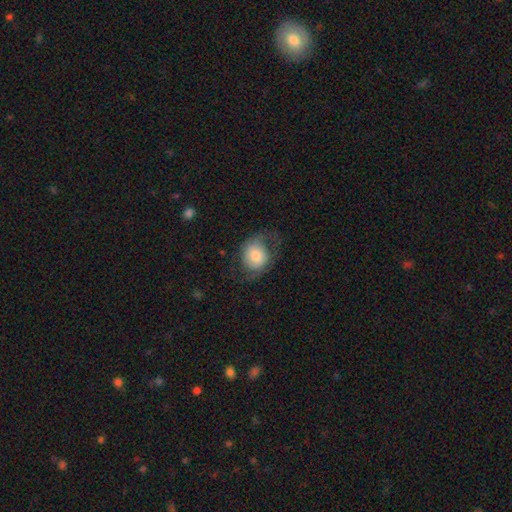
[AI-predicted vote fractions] Smooth or featured? smooth (62%)
How rounded? round (63%)
Merging? none (55%)